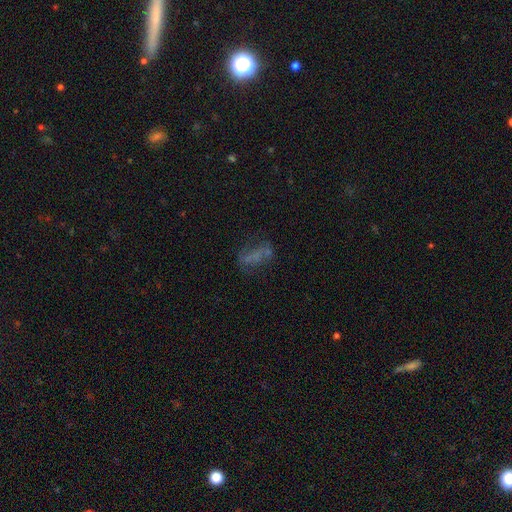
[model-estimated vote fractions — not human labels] Morphology: type=smooth (43%); merging=none (48%).